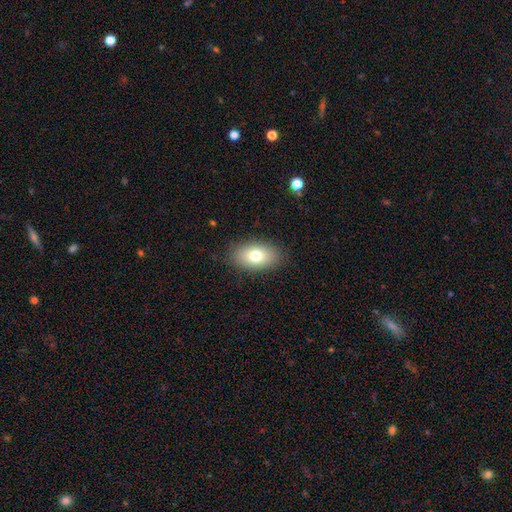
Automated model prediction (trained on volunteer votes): This is likely a smooth galaxy (76%). How rounded: clearly in between (90%). Merging: clearly none (87%).